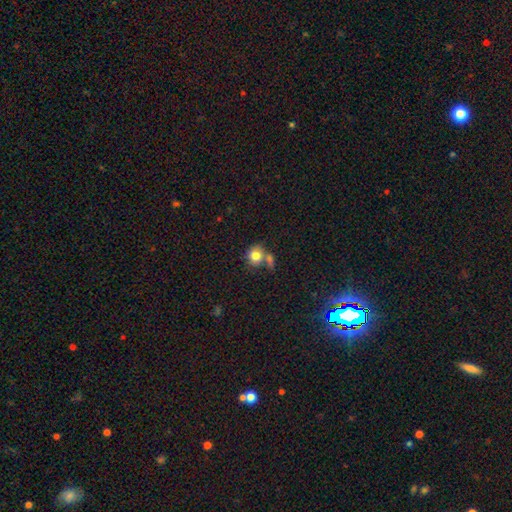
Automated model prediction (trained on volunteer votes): Overall: smooth (79%). How rounded: round (78%). Merging: none (45%; merger 34%).